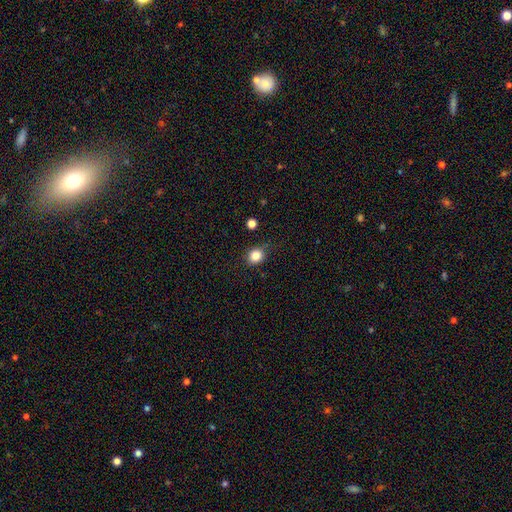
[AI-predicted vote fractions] Q: Smooth or featured?
A: smooth (84%); runner-up: star or artifact (11%)
Q: How rounded?
A: round (74%); runner-up: in between (25%)
Q: Merging?
A: none (78%); runner-up: minor disturbance (16%)